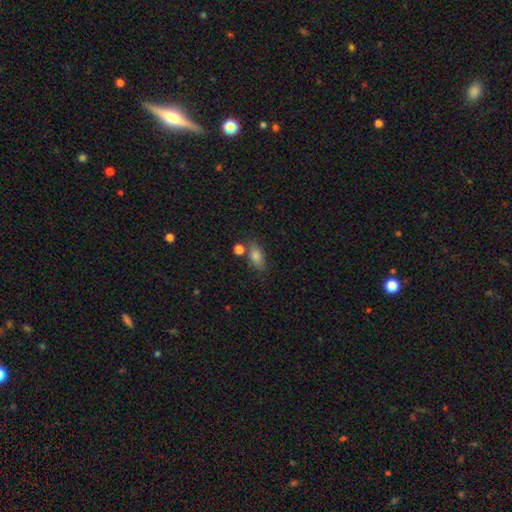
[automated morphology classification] type=smooth (80%); roundness=in between (85%); merging=none (70%).